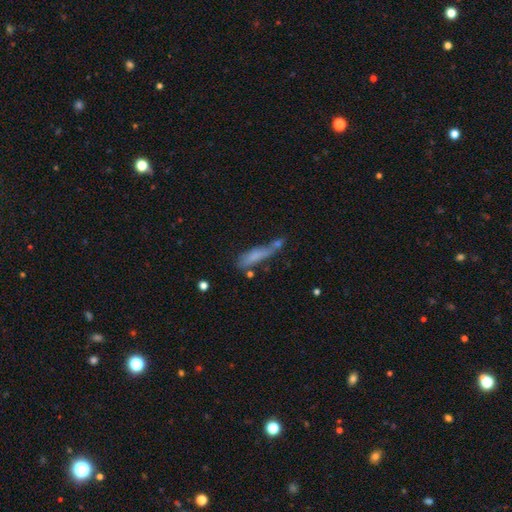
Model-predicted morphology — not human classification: smooth-or-featured: smooth: 64% | featured or disk: 26% | star or artifact: 10%
  how-rounded: cigar-shaped: 77% | in between: 21% | round: 2%
  merging: none: 36% | merger: 26% | minor disturbance: 22% | major disturbance: 16%